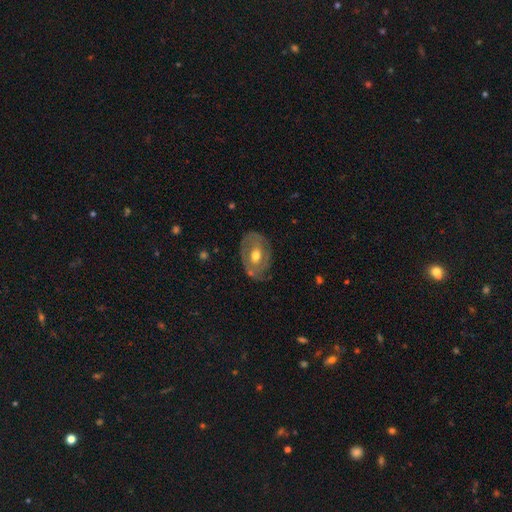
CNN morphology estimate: featured or disk 61%, smooth 33%, star or artifact 5%. Down the decision tree: edge-on disk — no (93%); bar — no (65%); spiral arms — no (57%); bulge size — moderate (76%); merging — none (70%).